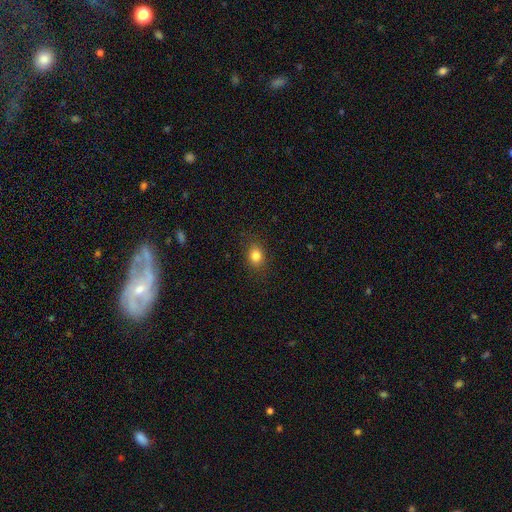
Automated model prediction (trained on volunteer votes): Smooth or featured: smooth — 83% (star or artifact — 11%)
How rounded: in between — 52% (round — 47%)
Merging: none — 87% (minor disturbance — 9%)